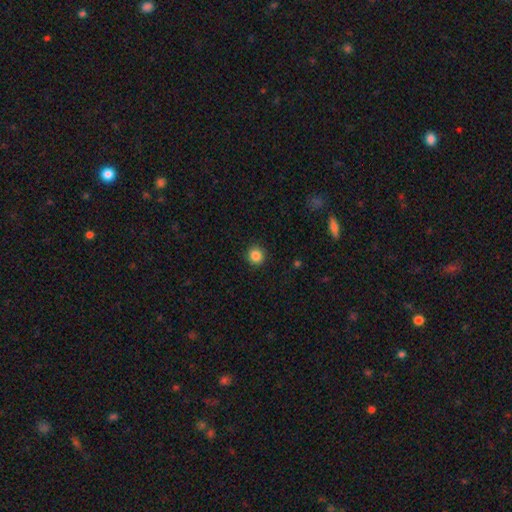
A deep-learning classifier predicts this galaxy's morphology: smooth_or_featured: smooth (p=0.85) [alt: star or artifact p=0.11]
how_rounded: round (p=0.92) [alt: in between p=0.07]
merging: none (p=0.92) [alt: minor disturbance p=0.06]